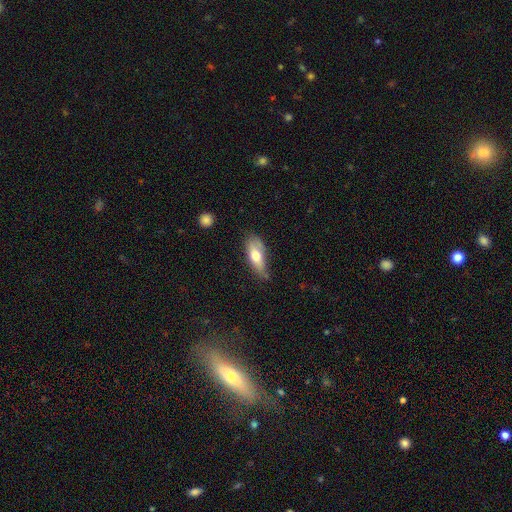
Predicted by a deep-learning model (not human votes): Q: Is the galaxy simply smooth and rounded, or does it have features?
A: smooth — 65%.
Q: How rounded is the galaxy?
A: in between — 69%.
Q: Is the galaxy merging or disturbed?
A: none — 57%.